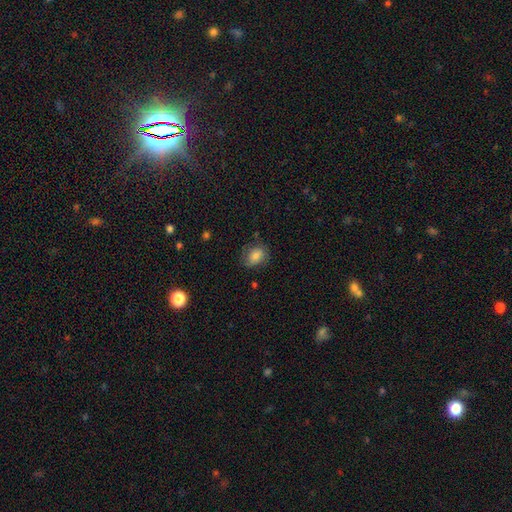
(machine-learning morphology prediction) A smooth galaxy with no disk features (65%) that is in between round and cigar-shaped (56%).

Vote fractions:
- Smooth or featured? smooth: 65% / featured or disk: 24% / star or artifact: 10%
- How rounded? in between: 56% / round: 43% / cigar-shaped: 1%
- Merging? none: 69% / minor disturbance: 21% / major disturbance: 9% / merger: 1%